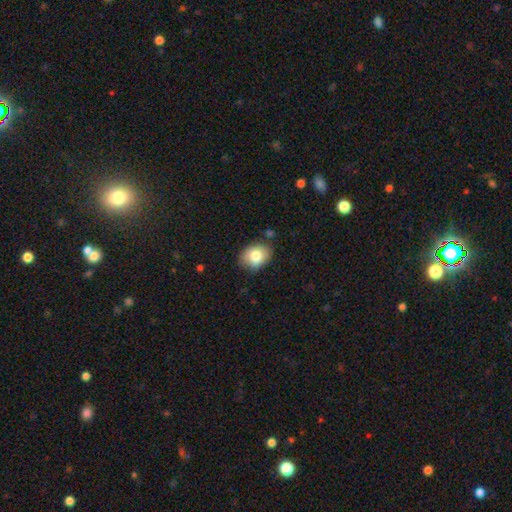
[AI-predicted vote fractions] Overall: smooth (81%). How rounded: in between (63%; round 36%). Merging: none (76%).